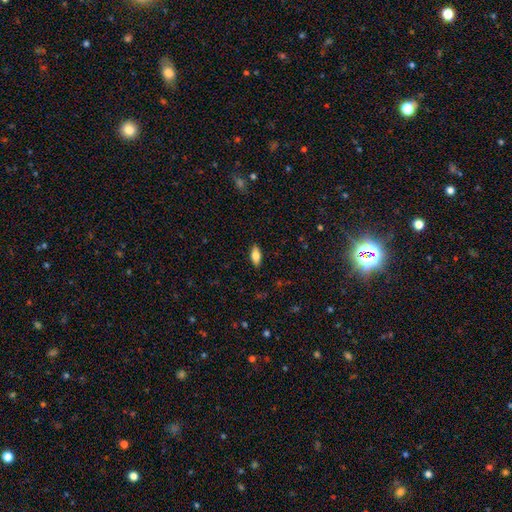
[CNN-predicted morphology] Overall: smooth (75%). How rounded: in between (84%). Merging: none (88%).